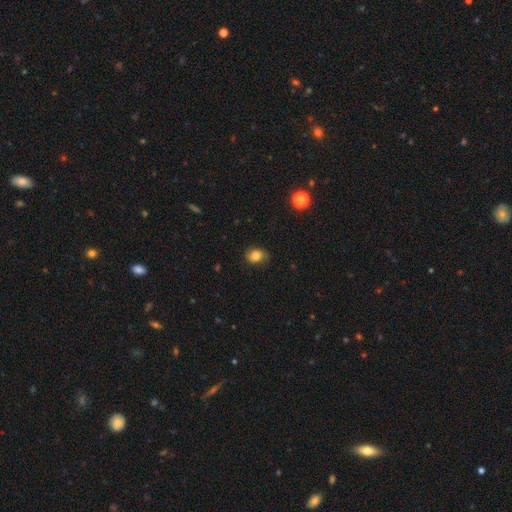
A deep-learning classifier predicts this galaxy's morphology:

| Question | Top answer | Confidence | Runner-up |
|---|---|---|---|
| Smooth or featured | smooth | 79% | star or artifact (11%) |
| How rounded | in between | 50% | round (49%) |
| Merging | none | 77% | minor disturbance (18%) |